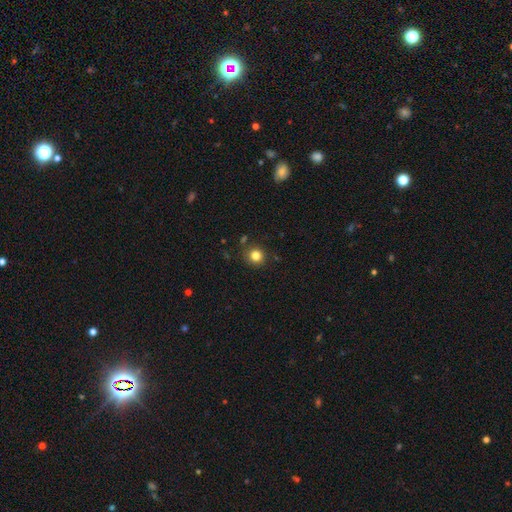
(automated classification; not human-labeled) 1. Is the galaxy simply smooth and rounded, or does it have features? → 82% smooth, 13% star or artifact, 5% featured or disk.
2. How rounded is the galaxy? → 92% round, 7% in between, 1% cigar-shaped.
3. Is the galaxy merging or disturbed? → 87% none, 8% minor disturbance, 3% merger, 2% major disturbance.